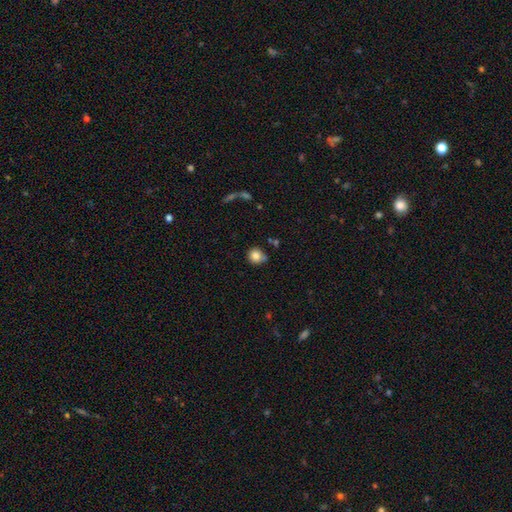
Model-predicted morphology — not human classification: smooth-or-featured: smooth: 82% | star or artifact: 10% | featured or disk: 7%
  how-rounded: round: 86% | in between: 13% | cigar-shaped: 1%
  merging: none: 66% | minor disturbance: 23% | merger: 7% | major disturbance: 5%